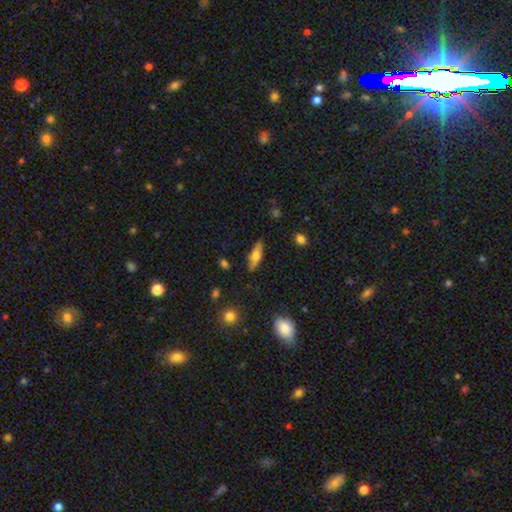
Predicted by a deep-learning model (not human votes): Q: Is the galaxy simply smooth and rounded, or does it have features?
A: smooth — 58%.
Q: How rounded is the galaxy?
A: in between — 49%.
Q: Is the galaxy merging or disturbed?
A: none — 83%.